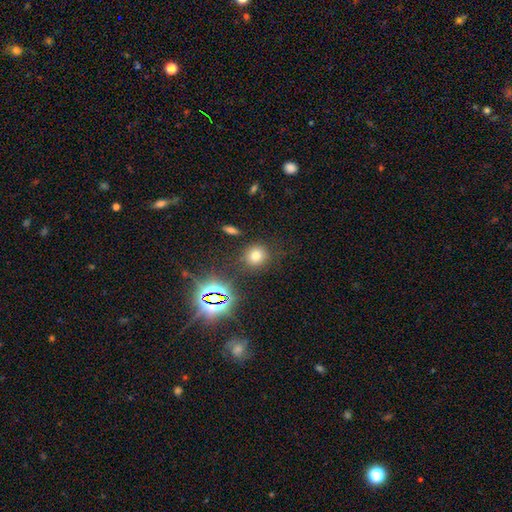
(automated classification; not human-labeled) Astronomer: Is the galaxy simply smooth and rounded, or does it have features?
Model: smooth — 69%.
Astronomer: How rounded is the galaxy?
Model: round — 84%.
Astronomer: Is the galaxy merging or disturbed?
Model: none — 83%.